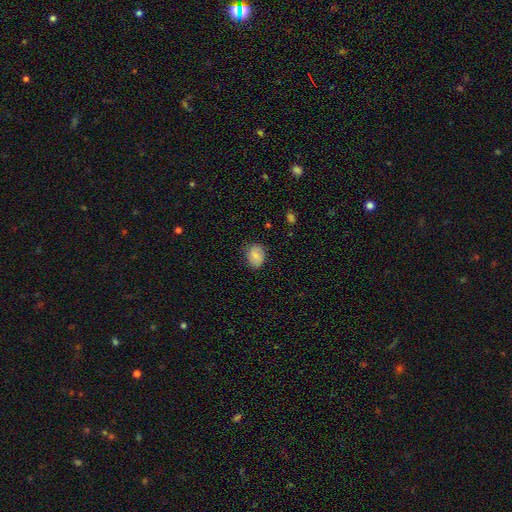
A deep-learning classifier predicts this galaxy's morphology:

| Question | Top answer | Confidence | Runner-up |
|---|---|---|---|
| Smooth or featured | smooth | 81% | featured or disk (11%) |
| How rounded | in between | 54% | round (45%) |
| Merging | none | 76% | minor disturbance (19%) |